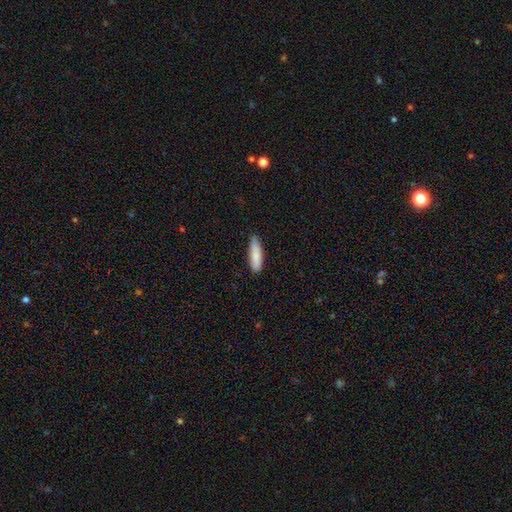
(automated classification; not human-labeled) smooth 86%, featured or disk 8%, star or artifact 6%. Down the decision tree: how rounded — cigar-shaped (63%); merging — none (81%).